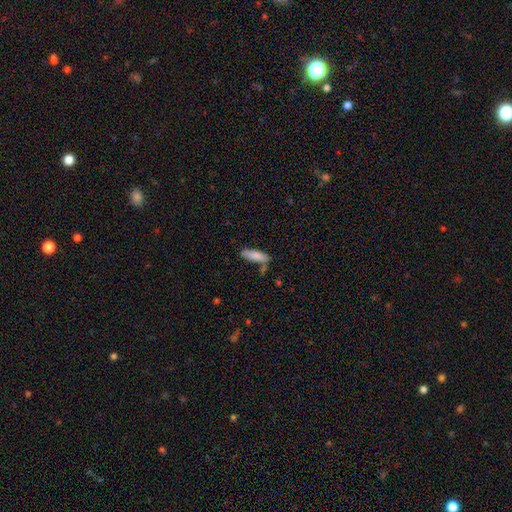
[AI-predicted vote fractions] A smooth galaxy with no disk features (84%) that is cigar-shaped (55%). Merging: none (66%).